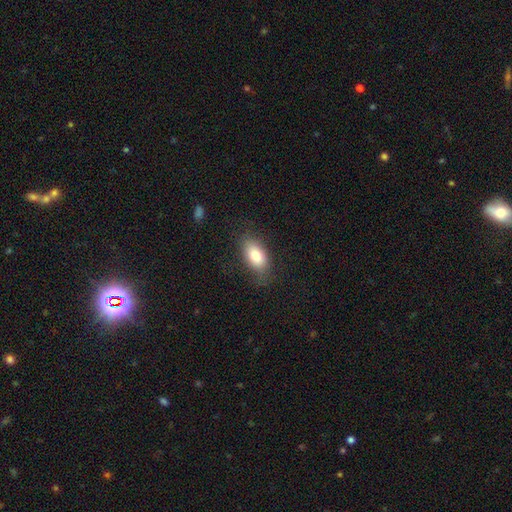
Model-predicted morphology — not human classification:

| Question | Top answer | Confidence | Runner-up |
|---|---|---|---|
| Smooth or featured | smooth | 80% | featured or disk (12%) |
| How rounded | in between | 91% | round (6%) |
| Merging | none | 75% | minor disturbance (18%) |